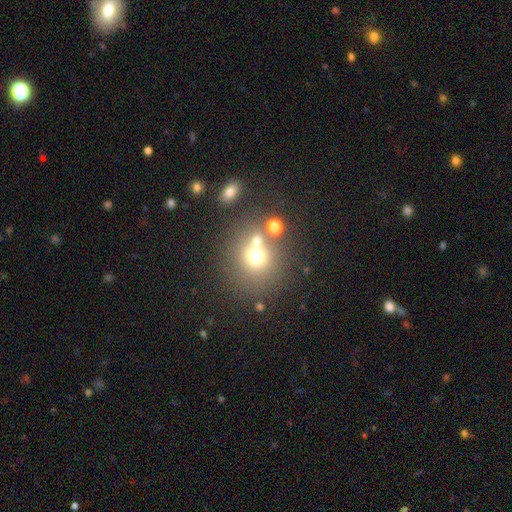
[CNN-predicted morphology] Smooth or featured: smooth — 66% (star or artifact — 18%)
How rounded: round — 85% (in between — 14%)
Merging: none — 57% (merger — 28%)